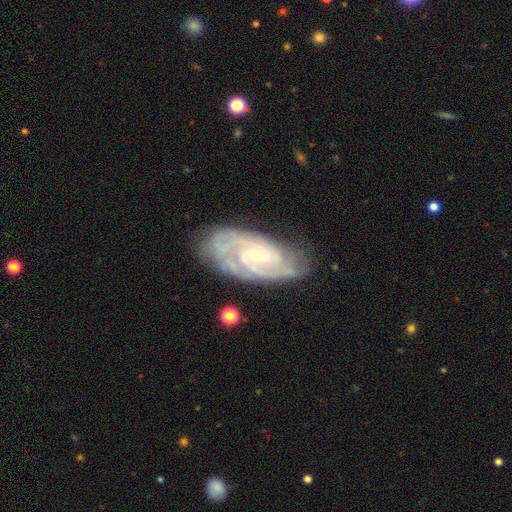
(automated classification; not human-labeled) Smooth or featured? Predicted: featured or disk (p=0.86). Edge-on disk? Predicted: no (p=0.95). Bar? Predicted: no (p=0.60). Spiral arms? Predicted: yes (p=0.96). Spiral winding? Predicted: tight (p=0.67). Spiral arm count? Predicted: can't tell (p=0.30). Bulge size? Predicted: small (p=0.71). Merging? Predicted: none (p=0.71).